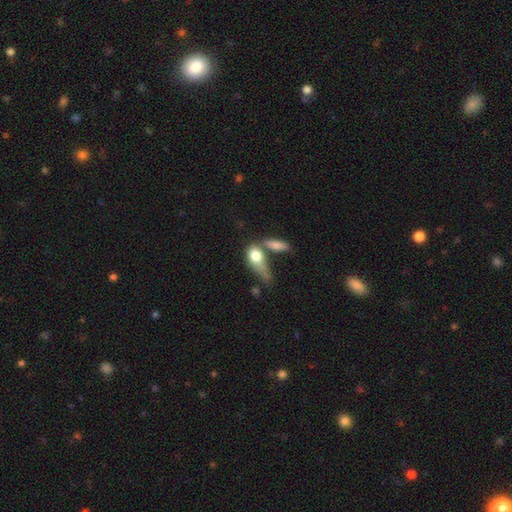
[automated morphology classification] This appears to be a smooth galaxy with no disk features (73%) that is in between round and cigar-shaped (69%). Merging: merger (40%).